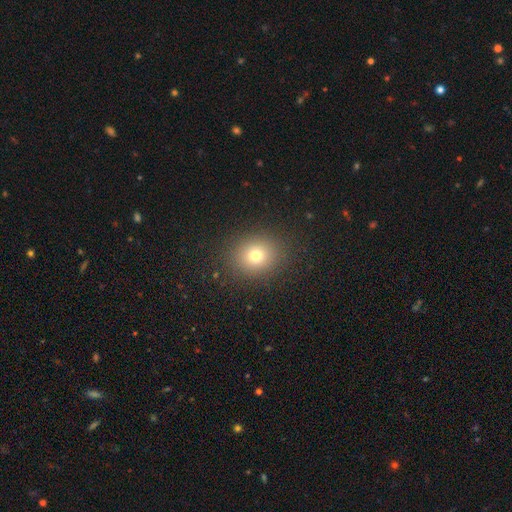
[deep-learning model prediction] Morphology: type=smooth (74%); roundness=round (76%); merging=none (88%).